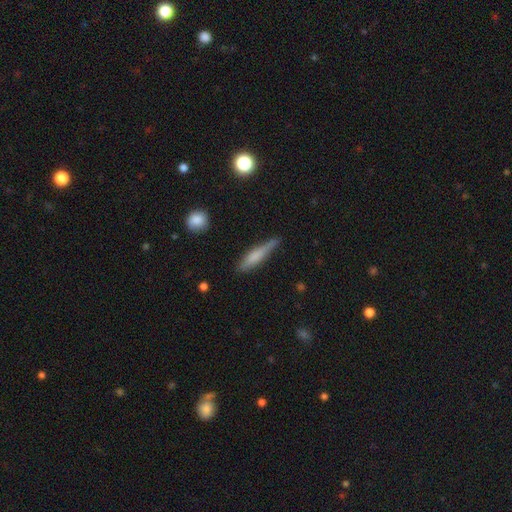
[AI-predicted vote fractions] Morphology: type=smooth (62%); roundness=cigar-shaped (84%); merging=none (69%).